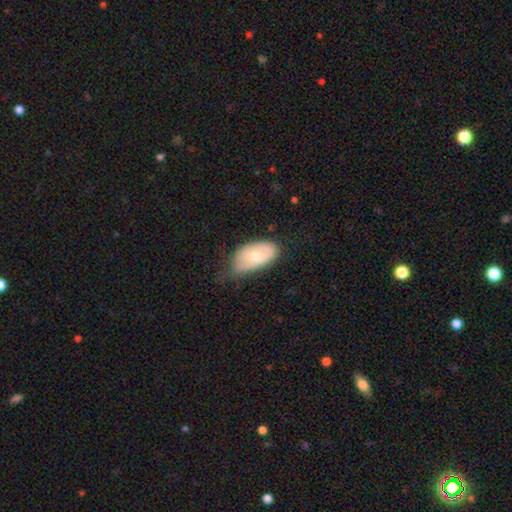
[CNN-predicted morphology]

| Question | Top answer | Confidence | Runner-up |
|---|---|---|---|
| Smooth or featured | smooth | 62% | featured or disk (31%) |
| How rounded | in between | 93% | round (5%) |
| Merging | none | 43% | tied: minor disturbance (43%) |